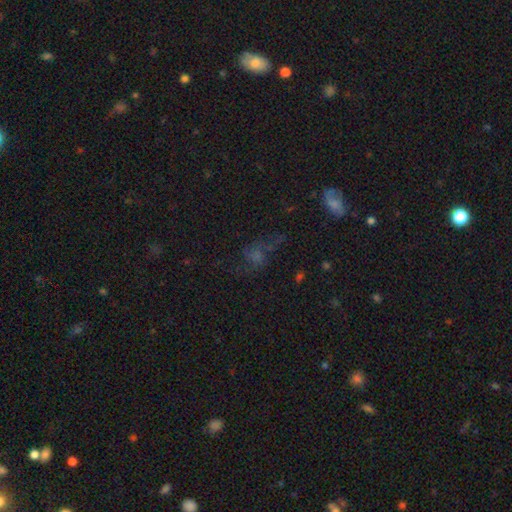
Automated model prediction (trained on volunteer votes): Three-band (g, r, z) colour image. It shows a star or artifact, not a galaxy (37%, tied with smooth).